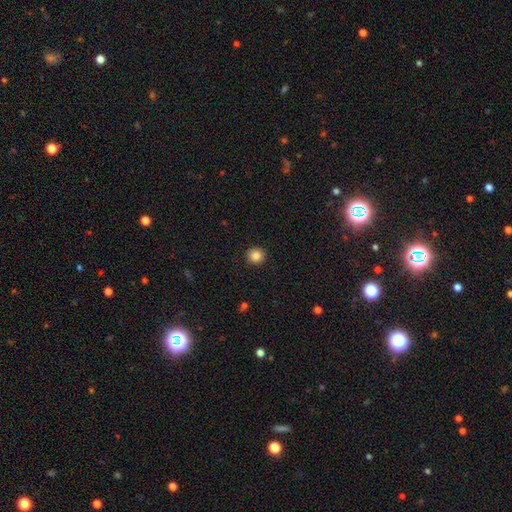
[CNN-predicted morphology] smooth_or_featured: smooth (p=0.86) [alt: star or artifact p=0.10]
how_rounded: round (p=0.93) [alt: in between p=0.06]
merging: none (p=0.93) [alt: minor disturbance p=0.05]